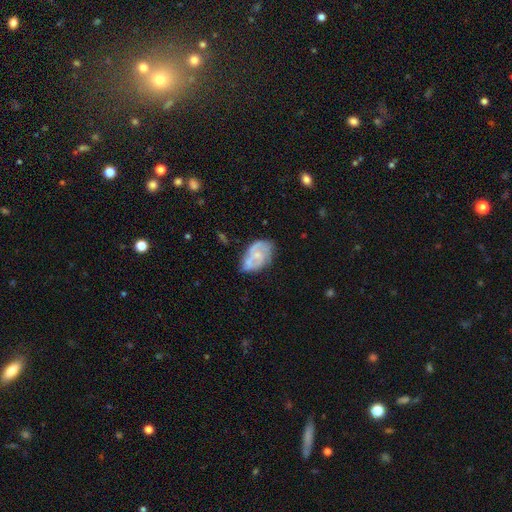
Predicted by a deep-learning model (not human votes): This is likely a featured or disk galaxy (66%). It is clearly not viewed edge-on (97%). Bar: likely no (67%). Spiral arm pattern: likely yes (74%). Central bulge: possibly small (57%). Merging: possibly none (56%).